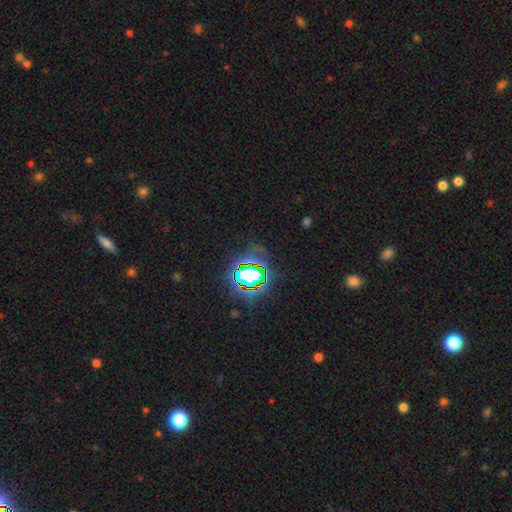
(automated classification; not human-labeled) The model was most divided on "smooth or featured": star or artifact: 81%, smooth: 12%, featured or disk: 7%.